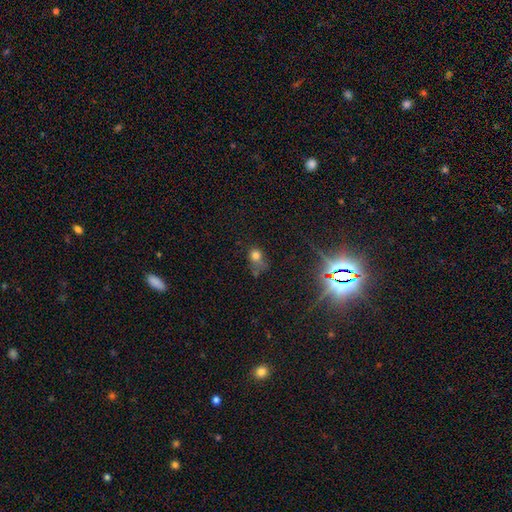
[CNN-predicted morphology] smooth-or-featured: smooth: 69% | star or artifact: 20% | featured or disk: 11%
  how-rounded: round: 63% | in between: 36% | cigar-shaped: 2%
  merging: none: 40% | minor disturbance: 25% | major disturbance: 21% | merger: 14%